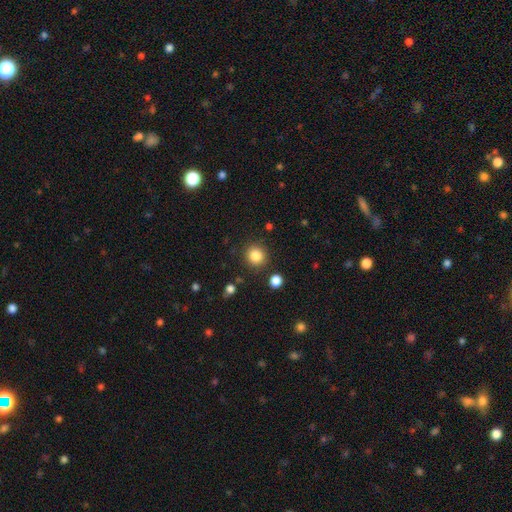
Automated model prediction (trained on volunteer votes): This is clearly a smooth galaxy (85%). How rounded: clearly round (91%). Merging: clearly none (88%).